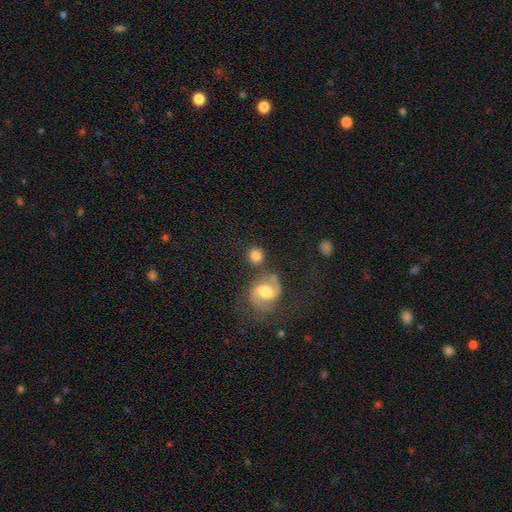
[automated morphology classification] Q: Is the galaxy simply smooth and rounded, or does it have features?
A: smooth — 71%.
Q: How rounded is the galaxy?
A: round — 83%.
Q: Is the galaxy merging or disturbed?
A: none — 69%.